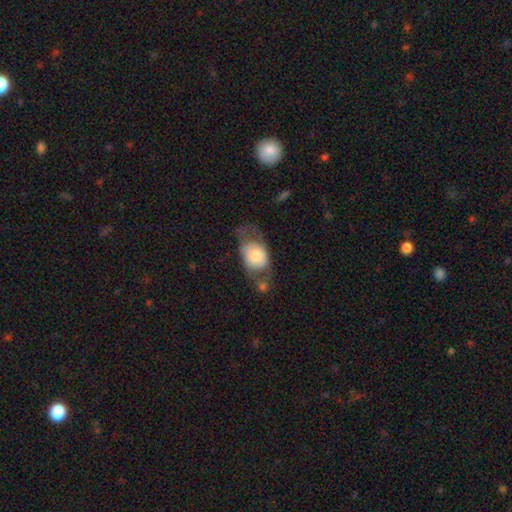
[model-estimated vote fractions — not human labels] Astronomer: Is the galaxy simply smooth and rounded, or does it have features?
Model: smooth — 62%.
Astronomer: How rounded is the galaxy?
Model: in between — 71%.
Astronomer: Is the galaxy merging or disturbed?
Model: none — 34% (runner-up: major disturbance, 29%).